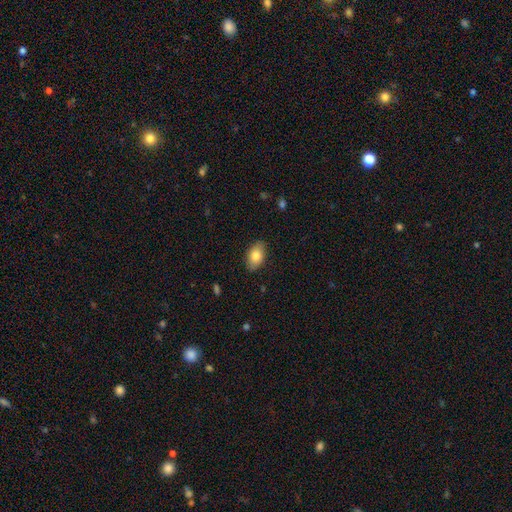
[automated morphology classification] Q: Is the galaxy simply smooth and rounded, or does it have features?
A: smooth — 82%.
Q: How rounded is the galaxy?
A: in between — 90%.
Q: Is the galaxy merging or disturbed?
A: none — 86%.